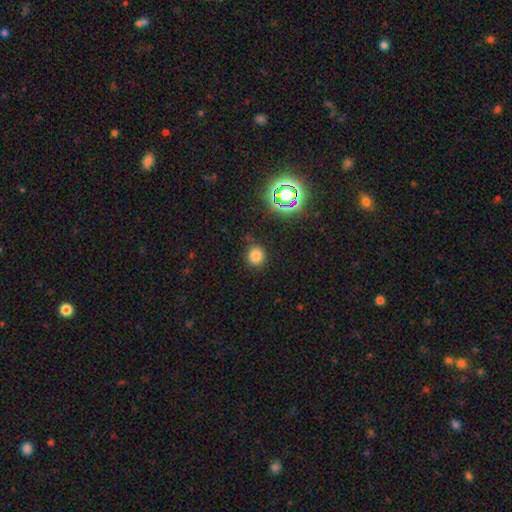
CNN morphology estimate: Smooth or featured? smooth (76%)
How rounded? round (89%)
Merging? none (85%)